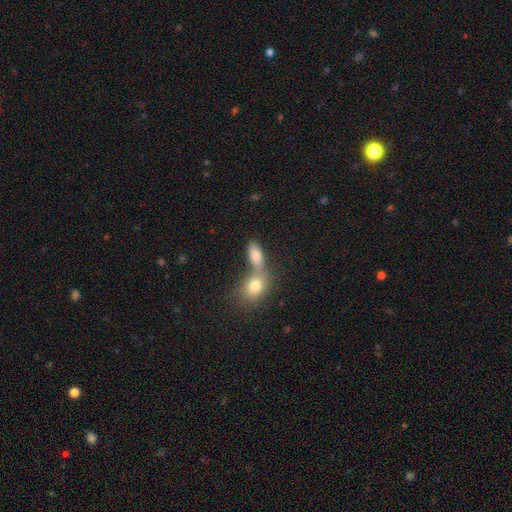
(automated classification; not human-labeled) smooth 77%, featured or disk 13%, star or artifact 10%. Down the decision tree: how rounded — in between (76%); merging — merger (52%).